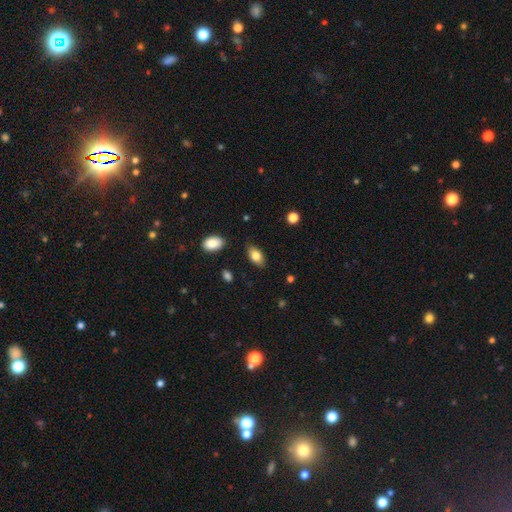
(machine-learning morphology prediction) Smooth or featured? Predicted: smooth (p=0.81). How rounded? Predicted: in between (p=0.91). Merging? Predicted: none (p=0.81).